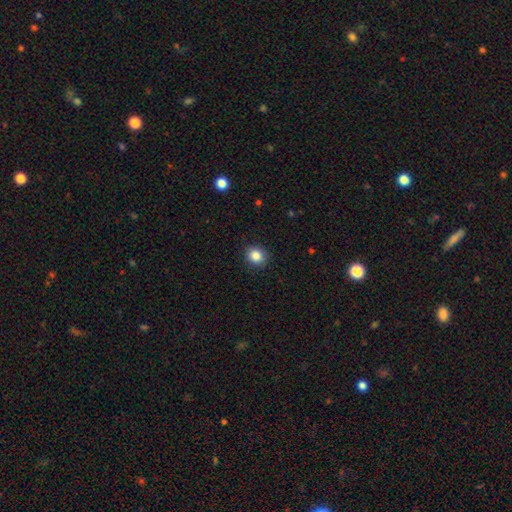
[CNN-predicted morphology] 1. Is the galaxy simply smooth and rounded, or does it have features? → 86% smooth, 10% star or artifact, 4% featured or disk.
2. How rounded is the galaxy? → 76% round, 23% in between, 1% cigar-shaped.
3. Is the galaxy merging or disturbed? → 89% none, 8% minor disturbance, 2% major disturbance, 1% merger.